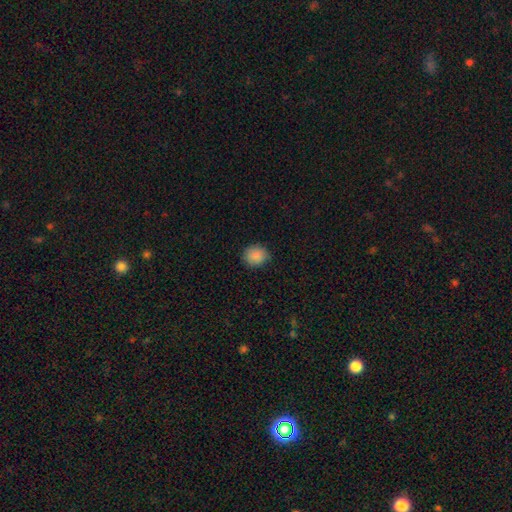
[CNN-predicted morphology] smooth-or-featured: smooth: 88% | star or artifact: 9% | featured or disk: 4%
  how-rounded: round: 80% | in between: 19% | cigar-shaped: 1%
  merging: none: 85% | minor disturbance: 12% | major disturbance: 2% | merger: 1%